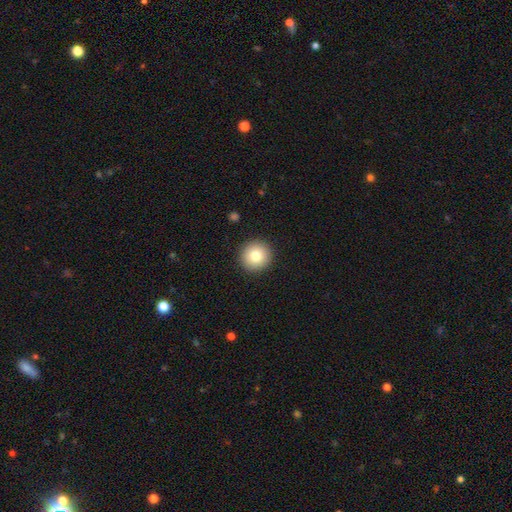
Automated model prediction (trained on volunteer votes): Smooth or featured? smooth (79%)
How rounded? round (95%)
Merging? none (93%)